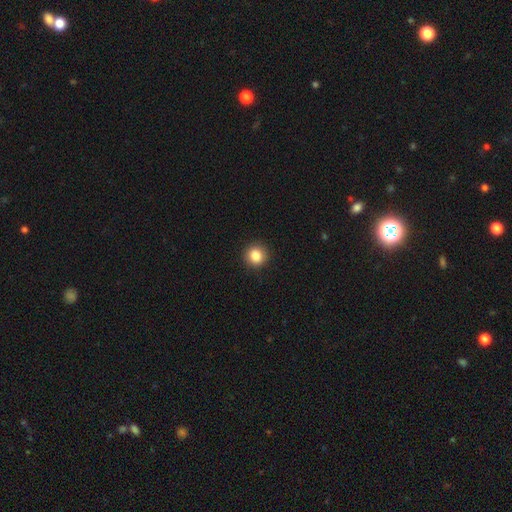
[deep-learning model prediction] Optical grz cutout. It shows a smooth galaxy with no disk features (85%) that is round (90%). Merging: none (91%).